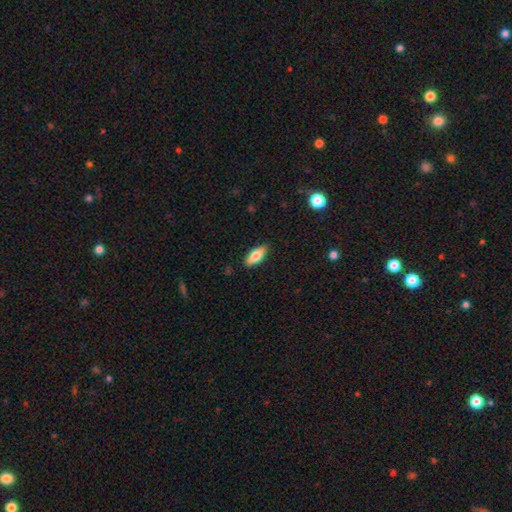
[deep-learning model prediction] Smooth or featured? smooth (74%)
How rounded? in between (77%)
Merging? none (88%)